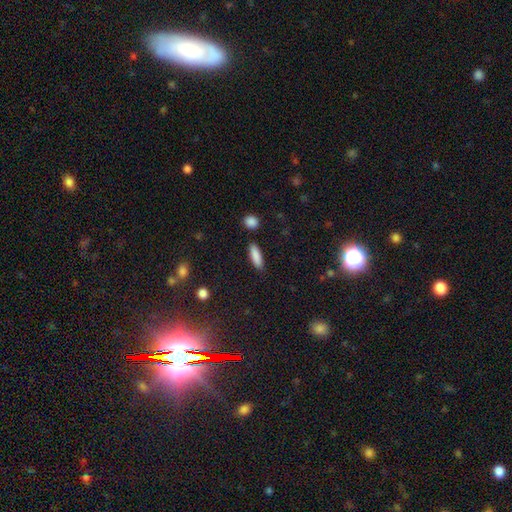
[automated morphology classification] The model was most divided on "how rounded": cigar-shaped: 52%, in between: 46%, round: 2%. More confident: smooth or featured — smooth (87%); merging — none (87%).